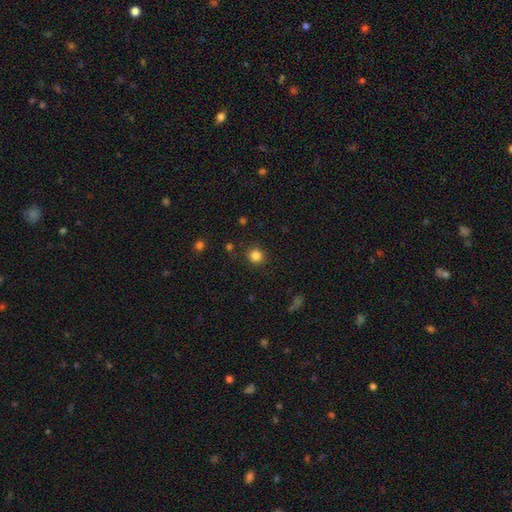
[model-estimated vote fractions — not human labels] A smooth galaxy with no disk features (83%) that is round (90%).

Vote fractions:
- Smooth or featured? smooth: 83% / star or artifact: 12% / featured or disk: 4%
- How rounded? round: 90% / in between: 9% / cigar-shaped: 1%
- Merging? none: 88% / minor disturbance: 7% / major disturbance: 3% / merger: 2%